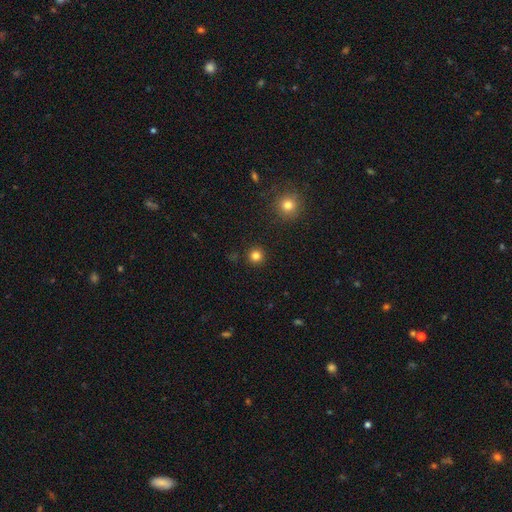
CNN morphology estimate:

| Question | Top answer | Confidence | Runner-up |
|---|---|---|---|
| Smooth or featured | smooth | 81% | star or artifact (14%) |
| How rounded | round | 96% | in between (3%) |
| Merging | none | 92% | minor disturbance (5%) |